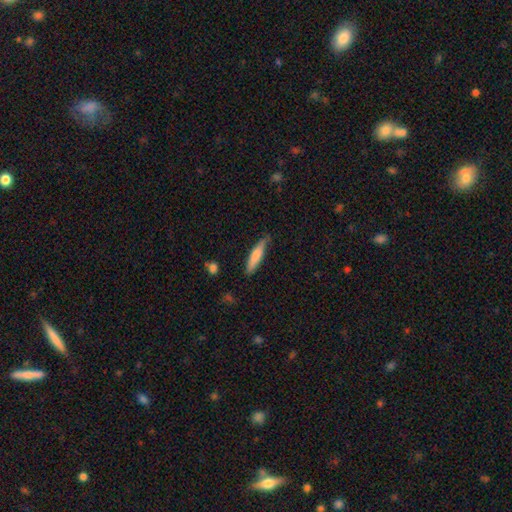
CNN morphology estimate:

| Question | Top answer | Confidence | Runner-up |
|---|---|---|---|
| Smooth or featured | smooth | 76% | featured or disk (19%) |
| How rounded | cigar-shaped | 82% | in between (17%) |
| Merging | none | 76% | minor disturbance (19%) |